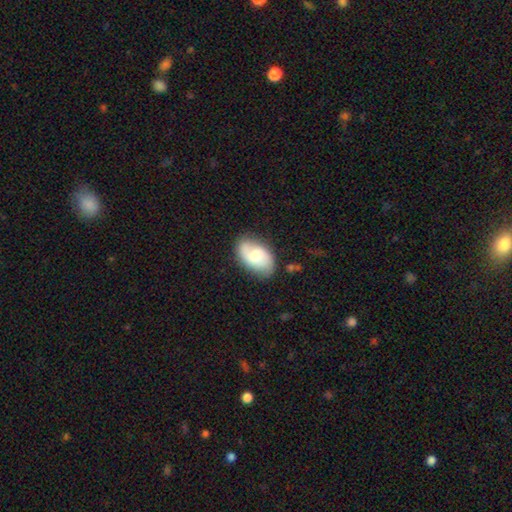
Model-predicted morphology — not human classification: This is possibly a smooth galaxy (52%). How rounded: clearly in between (92%). Merging: likely none (72%).